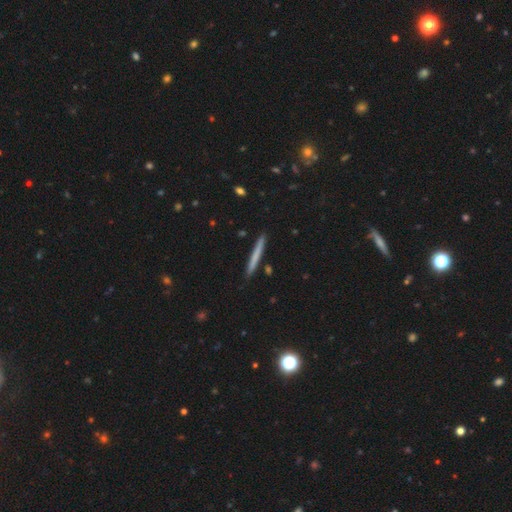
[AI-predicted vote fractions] Morphology: type=smooth (69%); roundness=cigar-shaped (97%); merging=none (90%).